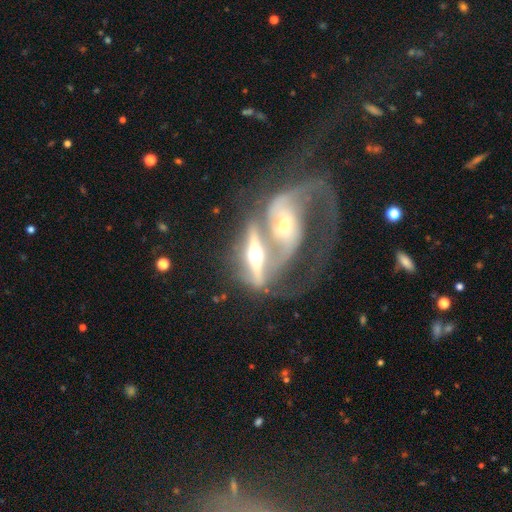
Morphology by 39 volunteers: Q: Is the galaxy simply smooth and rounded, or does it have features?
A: featured or disk — 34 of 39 (87%).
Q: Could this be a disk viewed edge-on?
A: yes — 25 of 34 (74%).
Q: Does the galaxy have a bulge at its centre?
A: rounded — 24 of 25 (96%).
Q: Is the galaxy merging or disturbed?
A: merger — 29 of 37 (78%).